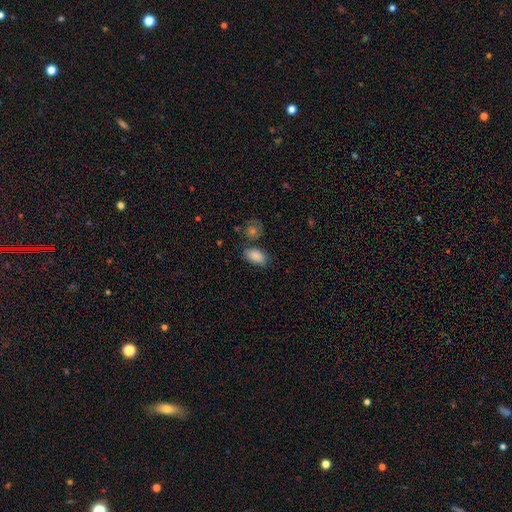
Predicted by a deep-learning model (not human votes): Smooth or featured?
  - smooth: 87% *
  - star or artifact: 7%
  - featured or disk: 6%
How rounded?
  - in between: 92% *
  - round: 6%
  - cigar-shaped: 2%
Merging?
  - none: 72% *
  - minor disturbance: 16%
  - merger: 8%
  - major disturbance: 4%